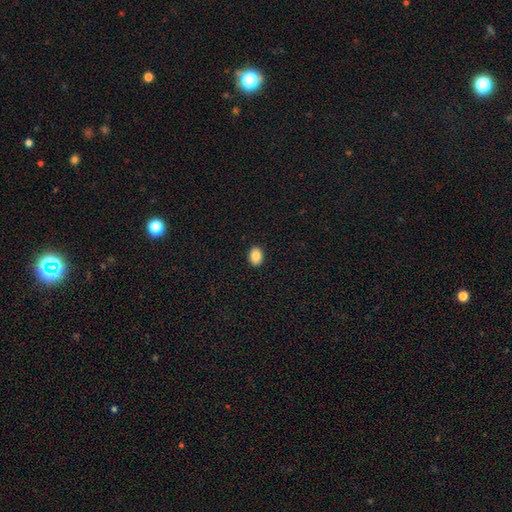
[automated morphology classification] Overall: smooth (86%). How rounded: in between (67%; round 32%). Merging: none (91%).